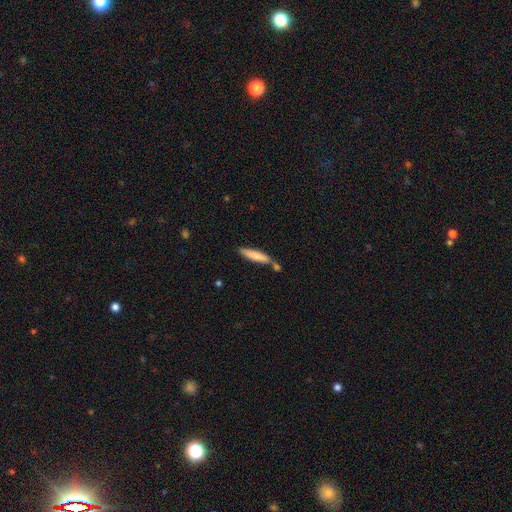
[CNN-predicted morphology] The model was most divided on "merging": none: 67%, merger: 16%, minor disturbance: 14%, major disturbance: 3%. More confident: how rounded — cigar-shaped (84%); smooth or featured — smooth (76%).